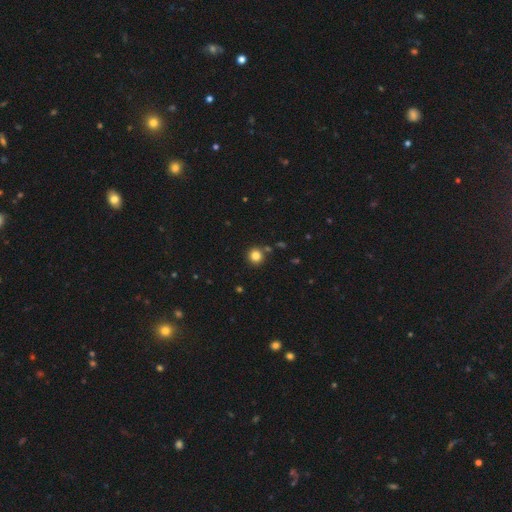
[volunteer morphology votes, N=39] Overall: smooth (90%). How rounded: round (97%). Merging: none (84%).